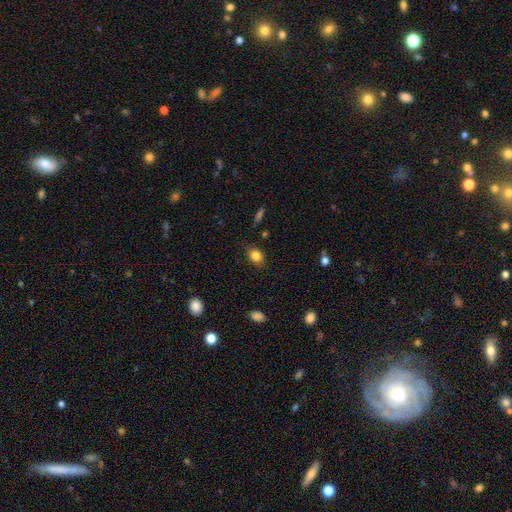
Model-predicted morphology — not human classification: Smooth or featured?
  - smooth: 84% *
  - star or artifact: 10%
  - featured or disk: 7%
How rounded?
  - in between: 57% *
  - round: 42%
  - cigar-shaped: 1%
Merging?
  - none: 84% *
  - minor disturbance: 12%
  - major disturbance: 3%
  - merger: 1%